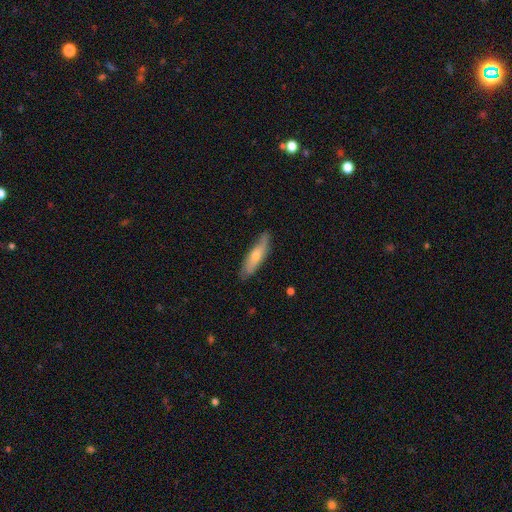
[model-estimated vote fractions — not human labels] Q: Smooth or featured?
A: smooth (56%); runner-up: featured or disk (37%)
Q: How rounded?
A: cigar-shaped (72%); runner-up: in between (26%)
Q: Merging?
A: none (81%); runner-up: minor disturbance (15%)